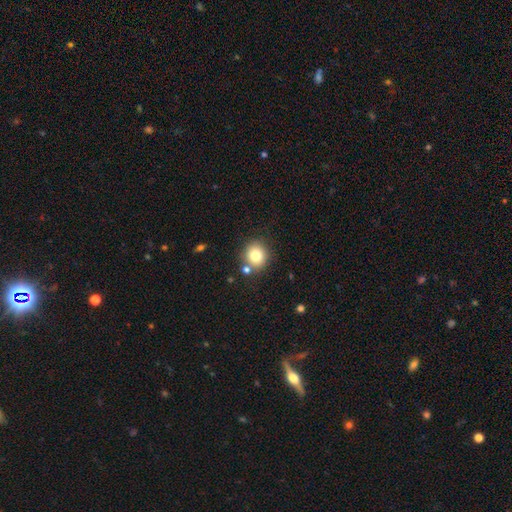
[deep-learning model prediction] A smooth galaxy with no disk features (81%) that is round (83%). Merging: none (78%).